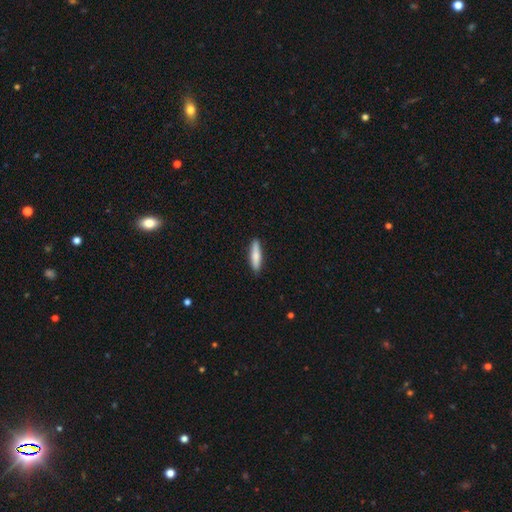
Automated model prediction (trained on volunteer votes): A smooth galaxy with no disk features (79%) that is cigar-shaped (76%).

Vote fractions:
- Smooth or featured? smooth: 79% / featured or disk: 16% / star or artifact: 5%
- How rounded? cigar-shaped: 76% / in between: 22% / round: 2%
- Merging? none: 89% / minor disturbance: 8% / major disturbance: 2% / merger: 1%